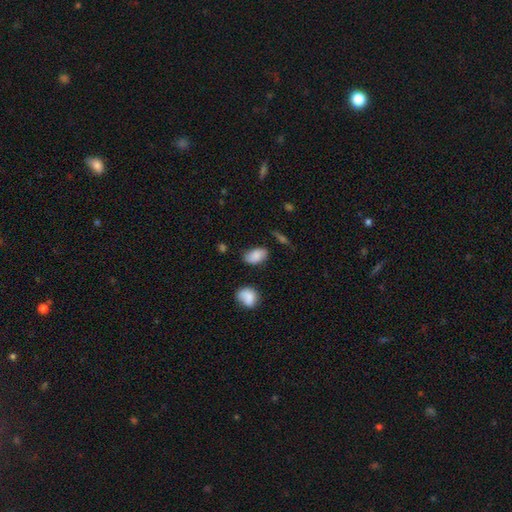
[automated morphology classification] The model was most divided on "merging": none: 71%, minor disturbance: 21%, major disturbance: 5%, merger: 3%. More confident: how rounded — in between (90%); smooth or featured — smooth (82%).